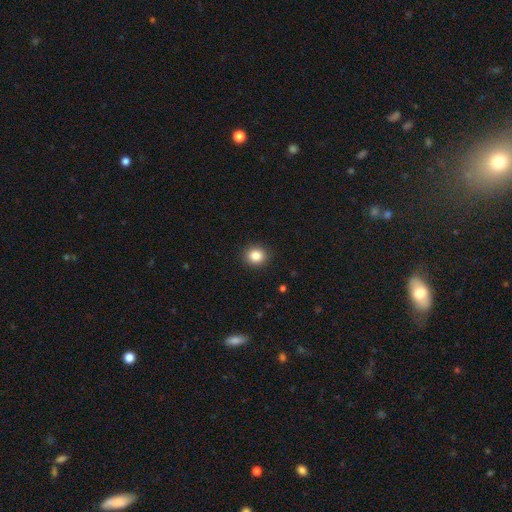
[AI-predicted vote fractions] Smooth or featured?
  - smooth: 86% *
  - star or artifact: 10%
  - featured or disk: 4%
How rounded?
  - round: 86% *
  - in between: 13%
  - cigar-shaped: 1%
Merging?
  - none: 90% *
  - minor disturbance: 7%
  - major disturbance: 2%
  - merger: 1%